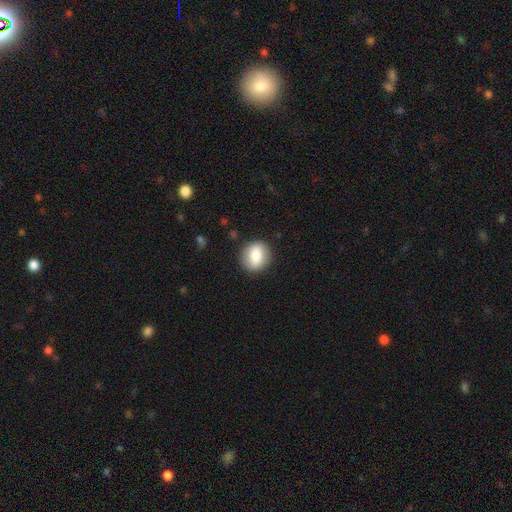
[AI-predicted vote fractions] smooth_or_featured: smooth (p=0.77) [alt: featured or disk p=0.15]
how_rounded: round (p=0.72) [alt: in between p=0.27]
merging: none (p=0.87) [alt: minor disturbance p=0.09]